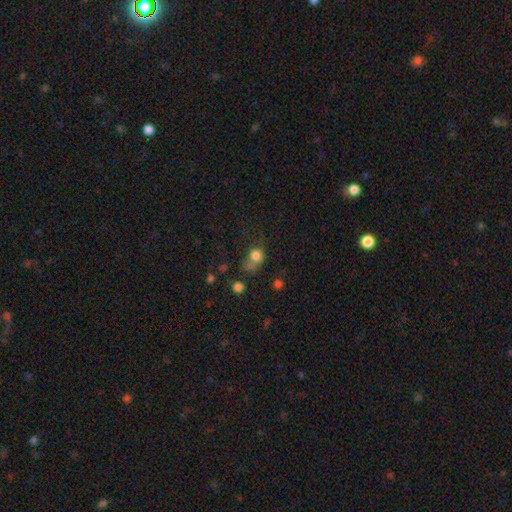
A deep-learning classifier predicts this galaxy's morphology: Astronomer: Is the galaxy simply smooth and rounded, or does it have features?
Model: smooth — 77%.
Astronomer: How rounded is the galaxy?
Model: round — 70%.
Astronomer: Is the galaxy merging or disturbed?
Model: none — 37% (runner-up: minor disturbance, 23%).